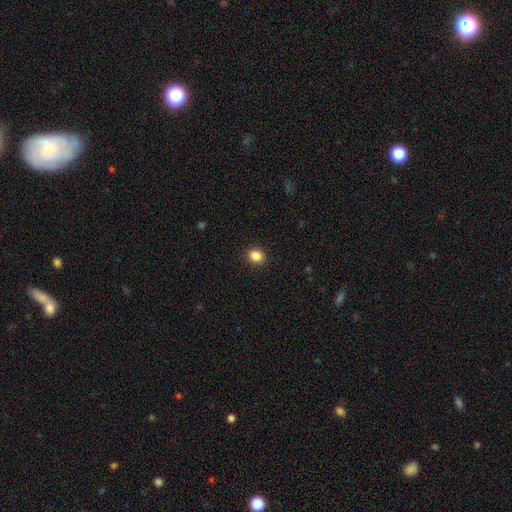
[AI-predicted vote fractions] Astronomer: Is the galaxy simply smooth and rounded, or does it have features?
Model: smooth — 87%.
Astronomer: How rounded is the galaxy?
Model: round — 55% (runner-up: in between, 44%).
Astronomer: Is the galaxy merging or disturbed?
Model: none — 91%.